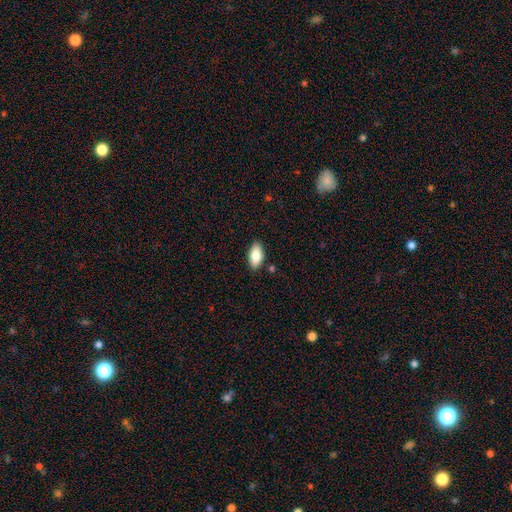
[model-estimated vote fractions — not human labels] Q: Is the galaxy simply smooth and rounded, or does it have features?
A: smooth — 83%.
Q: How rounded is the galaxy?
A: in between — 92%.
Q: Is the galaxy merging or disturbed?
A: none — 86%.